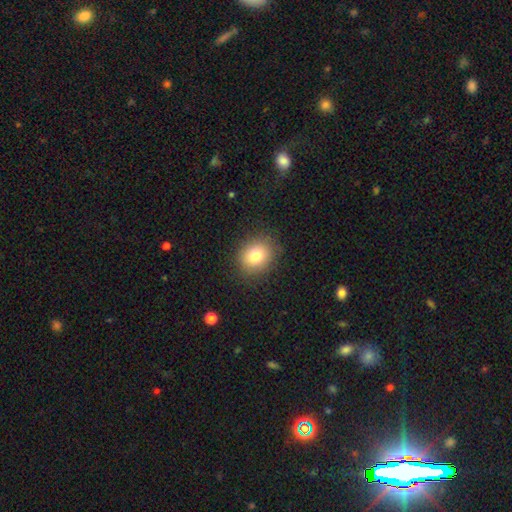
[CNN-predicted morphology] Smooth or featured? Predicted: smooth (p=0.80). How rounded? Predicted: round (p=0.63). Merging? Predicted: none (p=0.86).